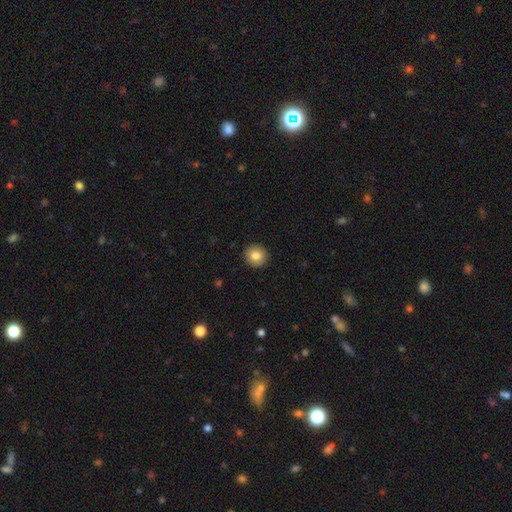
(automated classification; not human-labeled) smooth 84%, star or artifact 9%, featured or disk 7%. Down the decision tree: how rounded — round (90%); merging — none (92%).